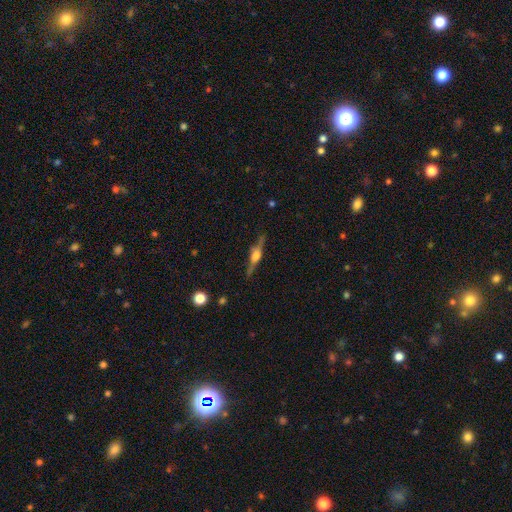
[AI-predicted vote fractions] Morphology: type=featured or disk (74%); edge-on=yes (97%); edge-on bulge=rounded (81%); merging=none (82%).